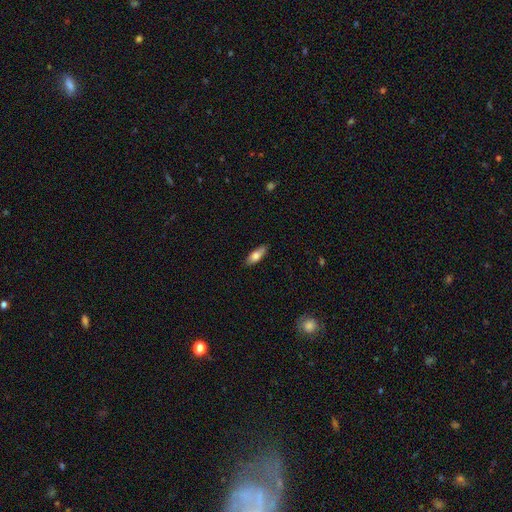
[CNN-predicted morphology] smooth-or-featured: smooth: 77% | featured or disk: 17% | star or artifact: 6%
  how-rounded: in between: 70% | cigar-shaped: 28% | round: 2%
  merging: none: 85% | minor disturbance: 12% | major disturbance: 2% | merger: 1%